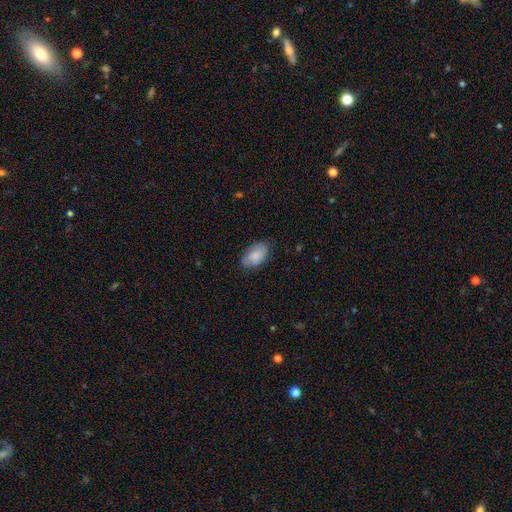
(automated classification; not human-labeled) Smooth or featured? Predicted: smooth (p=0.85). How rounded? Predicted: in between (p=0.94). Merging? Predicted: none (p=0.78).